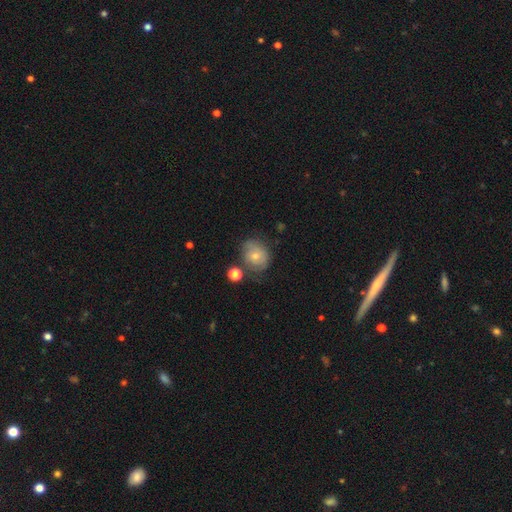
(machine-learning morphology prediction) smooth-or-featured: smooth: 58% | featured or disk: 32% | star or artifact: 10%
  how-rounded: round: 64% | in between: 35% | cigar-shaped: 1%
  merging: none: 54% | minor disturbance: 27% | major disturbance: 11% | merger: 7%